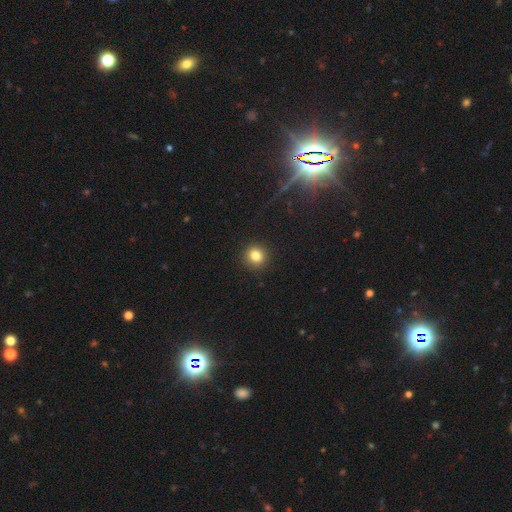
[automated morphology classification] A smooth galaxy with no disk features (83%) that is round (87%). Merging: none (91%).